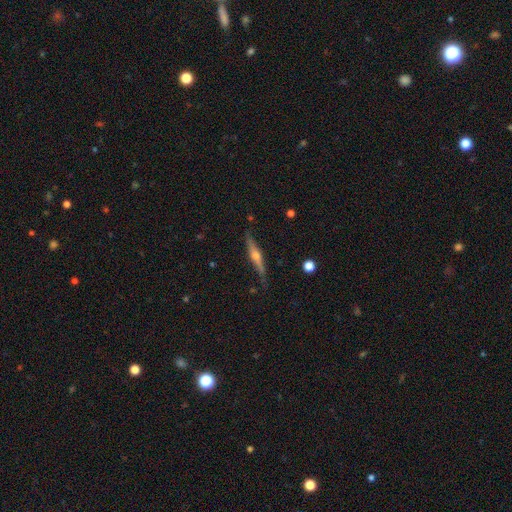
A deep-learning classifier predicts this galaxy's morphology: Smooth or featured? featured or disk (73%)
Edge-on disk? yes (97%)
Edge-on bulge? rounded (90%)
Merging? none (83%)